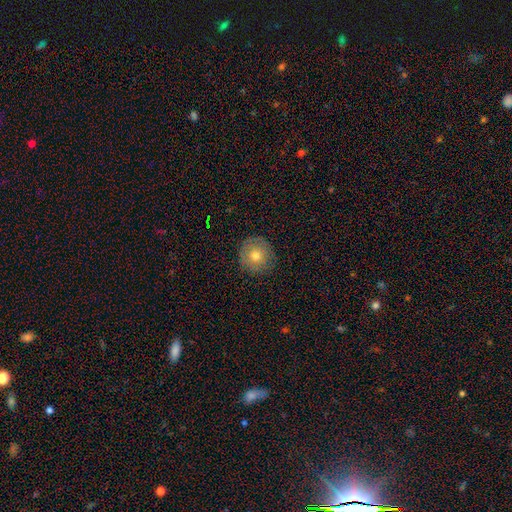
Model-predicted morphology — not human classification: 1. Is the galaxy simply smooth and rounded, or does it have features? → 65% smooth, 25% featured or disk, 10% star or artifact.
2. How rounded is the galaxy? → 93% round, 6% in between, 1% cigar-shaped.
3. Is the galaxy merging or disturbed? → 86% none, 10% minor disturbance, 3% major disturbance, 1% merger.